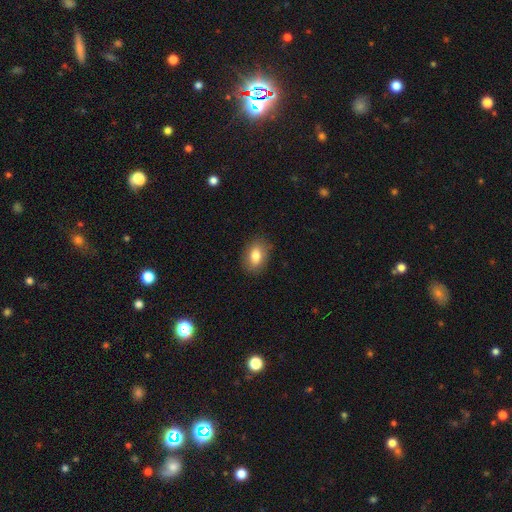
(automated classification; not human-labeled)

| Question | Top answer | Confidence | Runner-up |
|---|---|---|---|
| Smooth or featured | smooth | 79% | featured or disk (12%) |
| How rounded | in between | 82% | round (16%) |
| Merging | none | 84% | minor disturbance (12%) |